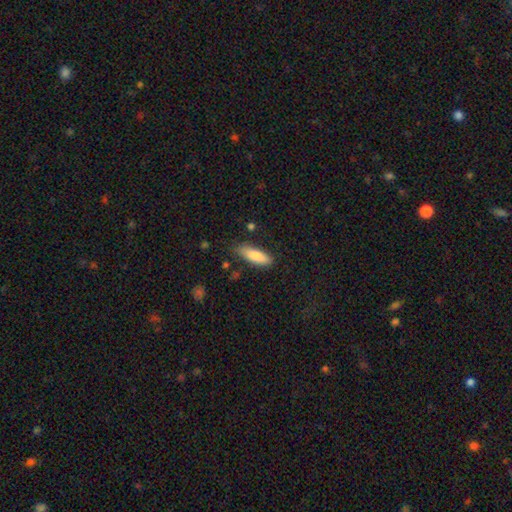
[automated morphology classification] Smooth or featured: smooth — 82% (featured or disk — 11%)
How rounded: in between — 51% (cigar-shaped — 48%)
Merging: none — 78% (minor disturbance — 17%)